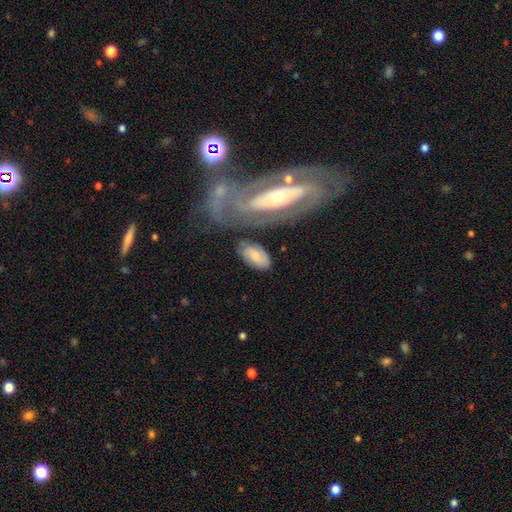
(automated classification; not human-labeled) Smooth or featured?
  - smooth: 67% *
  - featured or disk: 27%
  - star or artifact: 7%
How rounded?
  - in between: 92% *
  - cigar-shaped: 4%
  - round: 4%
Merging?
  - none: 64% *
  - minor disturbance: 18%
  - merger: 10%
  - major disturbance: 7%